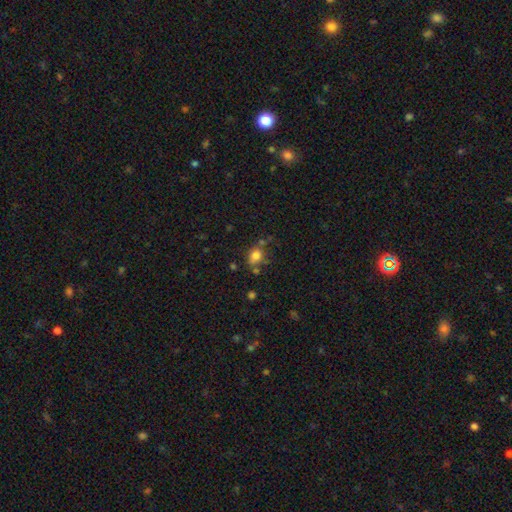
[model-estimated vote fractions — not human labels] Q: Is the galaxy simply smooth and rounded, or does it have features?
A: smooth — 77%.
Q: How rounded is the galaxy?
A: round — 59%.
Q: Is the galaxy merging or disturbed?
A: none — 56%.